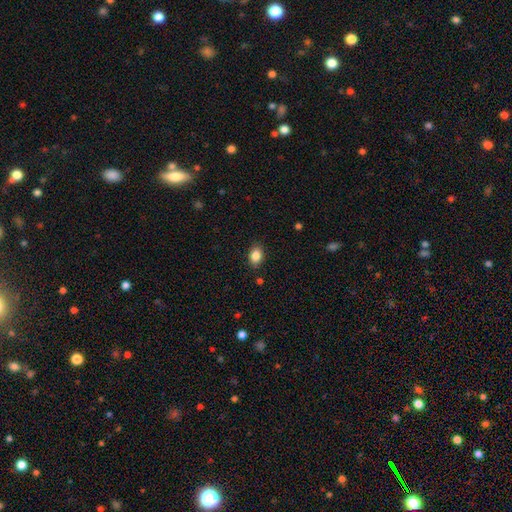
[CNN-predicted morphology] A smooth galaxy with no disk features (86%) that is in between round and cigar-shaped (76%).

Vote fractions:
- Smooth or featured? smooth: 86% / star or artifact: 9% / featured or disk: 5%
- How rounded? in between: 76% / round: 23% / cigar-shaped: 1%
- Merging? none: 85% / minor disturbance: 11% / major disturbance: 3% / merger: 1%